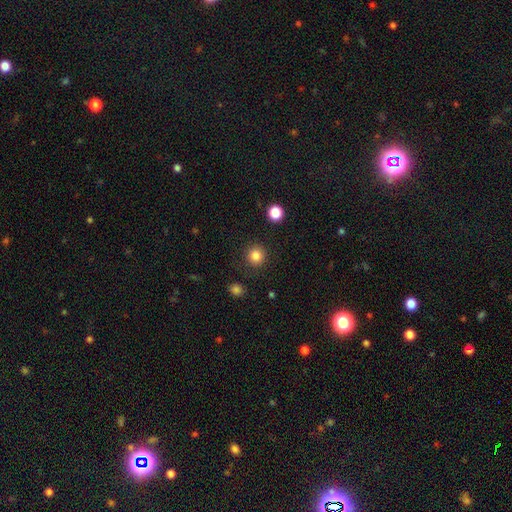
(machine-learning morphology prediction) A smooth galaxy with no disk features (84%) that is round (93%). Merging: none (90%).